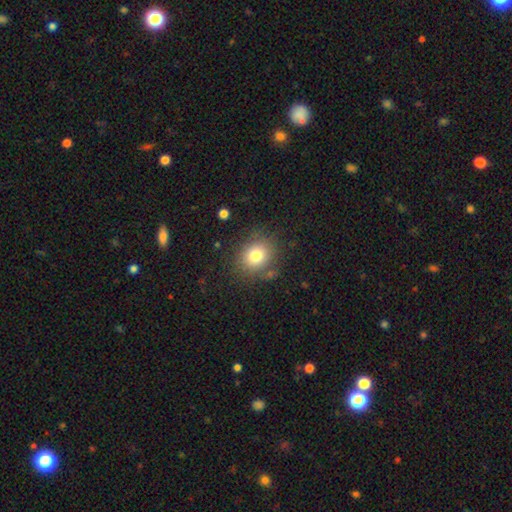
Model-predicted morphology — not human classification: smooth 79%, star or artifact 12%, featured or disk 10%. Down the decision tree: how rounded — round (68%); merging — none (81%).